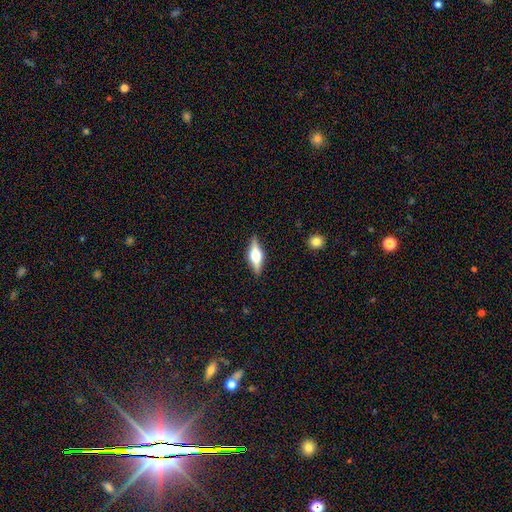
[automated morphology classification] A featured or disk galaxy (61%) viewed edge-on (95%) with a rounded central bulge (92%).

Vote fractions:
- Smooth or featured? featured or disk: 61% / smooth: 32% / star or artifact: 7%
- Edge-on disk? yes: 95% / no: 5%
- Edge-on bulge? rounded: 92% / boxy: 7% / none: 2%
- Merging? none: 87% / minor disturbance: 10% / major disturbance: 2% / merger: 1%